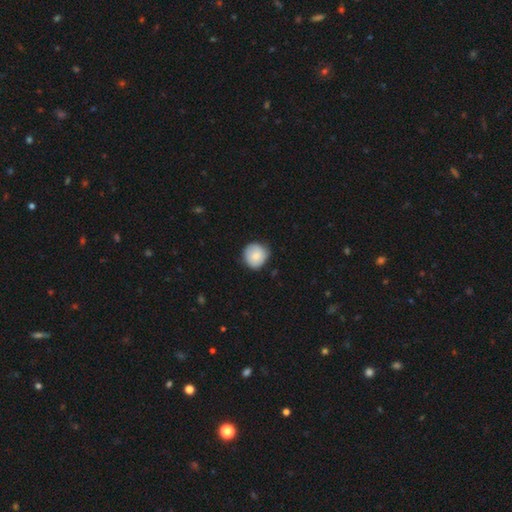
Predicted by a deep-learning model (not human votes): This is clearly a smooth galaxy (83%). How rounded: clearly round (91%). Merging: clearly none (81%).